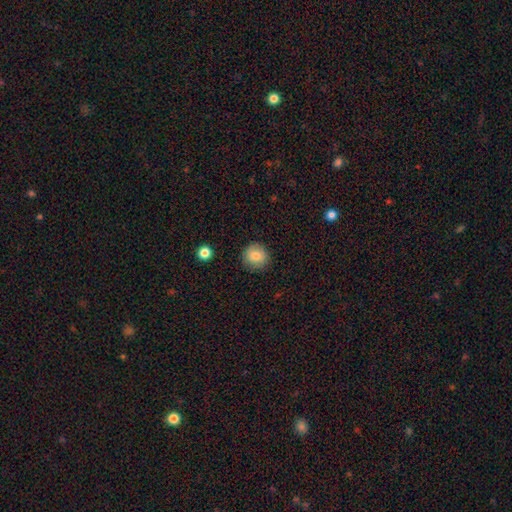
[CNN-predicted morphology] Smooth or featured?
  - smooth: 84% *
  - star or artifact: 9%
  - featured or disk: 7%
How rounded?
  - round: 91% *
  - in between: 8%
  - cigar-shaped: 1%
Merging?
  - none: 88% *
  - minor disturbance: 9%
  - major disturbance: 2%
  - merger: 1%